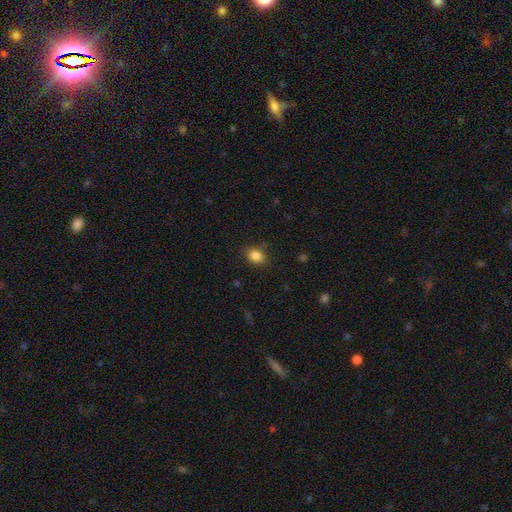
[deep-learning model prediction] Smooth or featured? Predicted: smooth (p=0.85). How rounded? Predicted: in between (p=0.61). Merging? Predicted: none (p=0.84).